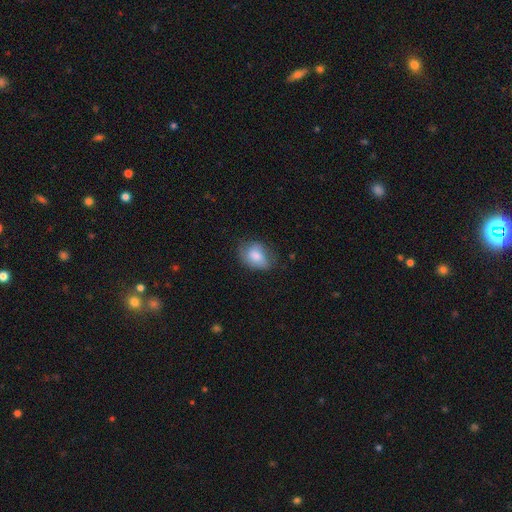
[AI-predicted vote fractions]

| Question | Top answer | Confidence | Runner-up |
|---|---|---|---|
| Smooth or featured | smooth | 76% | featured or disk (17%) |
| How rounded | in between | 75% | round (23%) |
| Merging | none | 57% | minor disturbance (31%) |